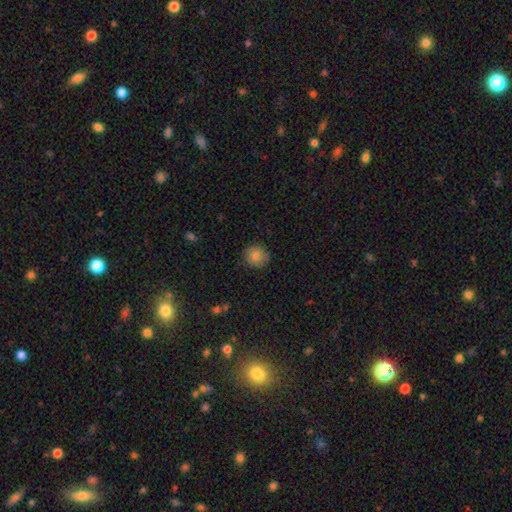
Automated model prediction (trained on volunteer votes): smooth 80%, featured or disk 11%, star or artifact 9%. Down the decision tree: how rounded — round (84%); merging — none (84%).